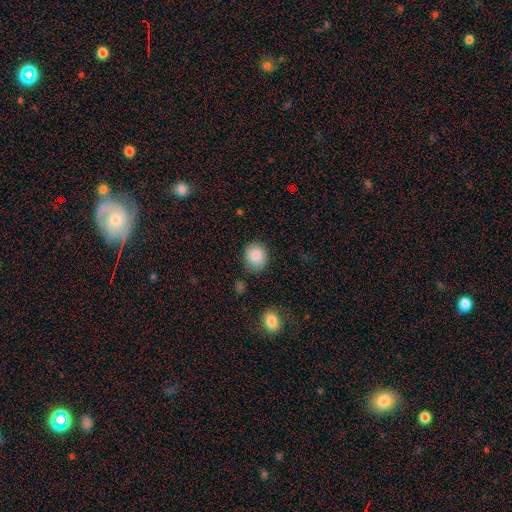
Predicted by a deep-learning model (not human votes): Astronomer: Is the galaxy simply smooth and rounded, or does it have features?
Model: smooth — 87%.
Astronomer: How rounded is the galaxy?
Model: round — 73%.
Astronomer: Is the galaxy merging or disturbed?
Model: none — 80%.